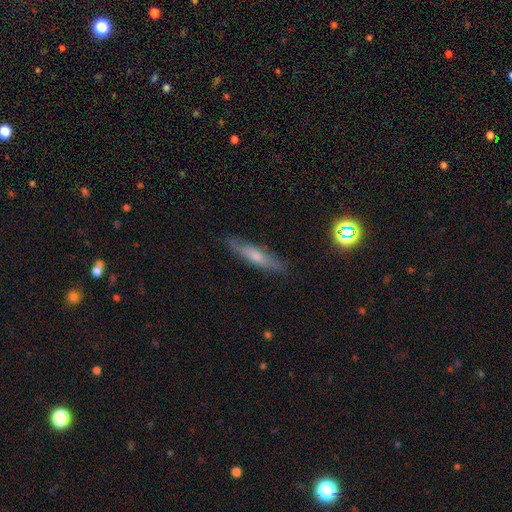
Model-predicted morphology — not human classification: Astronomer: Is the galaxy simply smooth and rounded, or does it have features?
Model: smooth — 50% (runner-up: featured or disk, 42%).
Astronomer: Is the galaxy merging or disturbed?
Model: none — 83%.